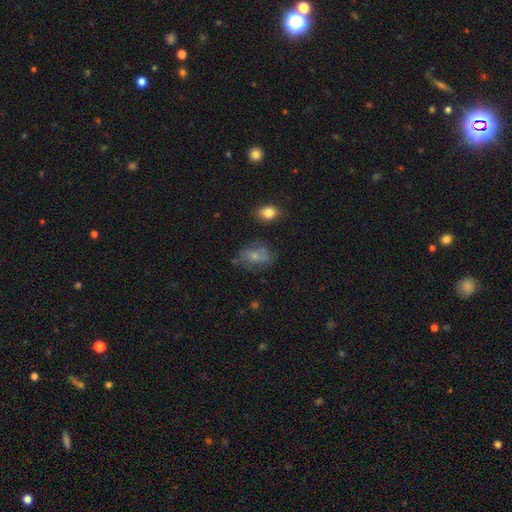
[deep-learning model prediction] smooth-or-featured: smooth: 46% | featured or disk: 41% | star or artifact: 13%
  merging: none: 62% | minor disturbance: 24% | major disturbance: 11% | merger: 4%